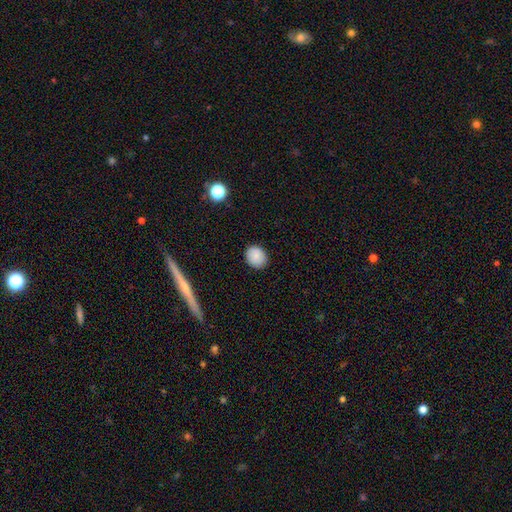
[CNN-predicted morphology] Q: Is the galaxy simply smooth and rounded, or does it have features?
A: smooth — 87%.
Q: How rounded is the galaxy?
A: round — 70%.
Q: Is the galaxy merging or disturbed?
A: none — 89%.